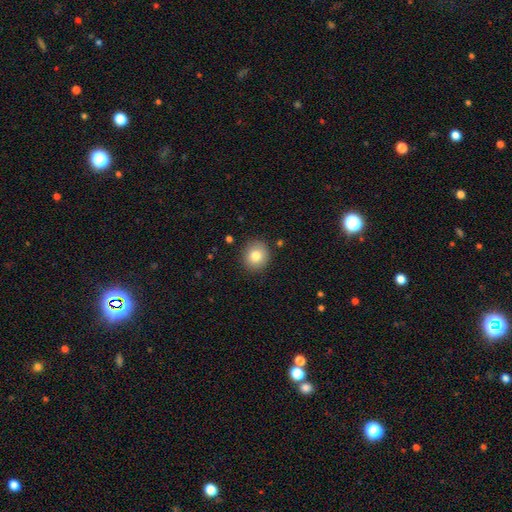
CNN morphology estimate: Q: Smooth or featured?
A: smooth (81%); runner-up: star or artifact (10%)
Q: How rounded?
A: round (84%); runner-up: in between (15%)
Q: Merging?
A: none (88%); runner-up: minor disturbance (8%)